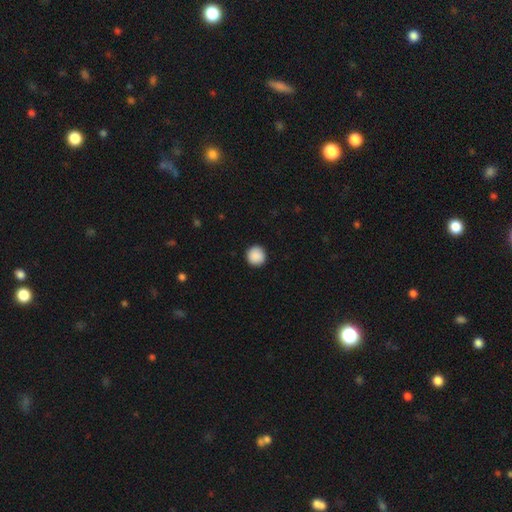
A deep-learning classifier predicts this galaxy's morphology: A smooth galaxy with no disk features (90%) that is round (95%). Merging: none (93%).